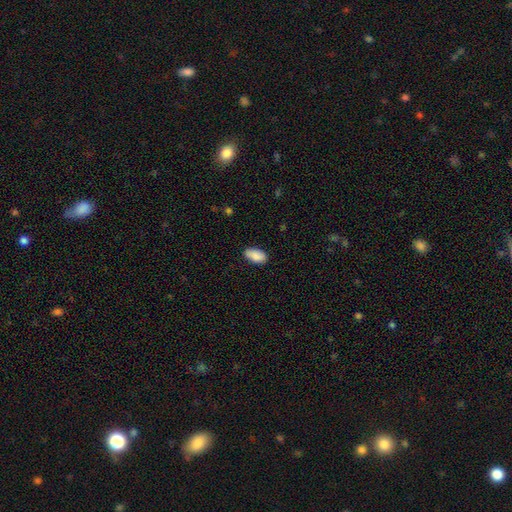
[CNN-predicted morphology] type=smooth (89%); roundness=in between (94%); merging=none (84%).